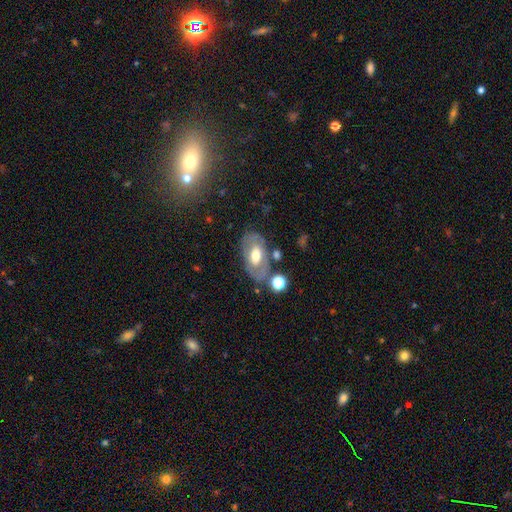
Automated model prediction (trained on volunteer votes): A featured or disk galaxy (55%). Merging: none (66%).